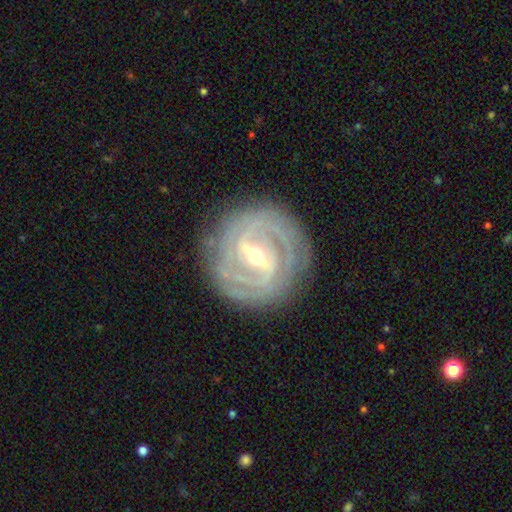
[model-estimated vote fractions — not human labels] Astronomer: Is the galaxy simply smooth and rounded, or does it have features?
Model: featured or disk — 90%.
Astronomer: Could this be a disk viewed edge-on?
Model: no — 95%.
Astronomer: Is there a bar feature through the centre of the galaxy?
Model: strong — 61%.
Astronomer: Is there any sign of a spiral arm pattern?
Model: yes — 96%.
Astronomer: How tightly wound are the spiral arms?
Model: tight — 76%.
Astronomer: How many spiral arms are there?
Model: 2 — 33% (runner-up: 3, 23%).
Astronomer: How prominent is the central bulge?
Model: moderate — 59% (runner-up: small, 36%).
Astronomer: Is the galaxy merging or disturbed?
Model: none — 84%.